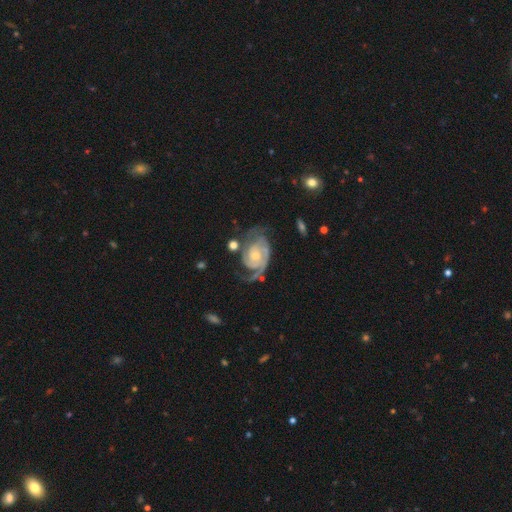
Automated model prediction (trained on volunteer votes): Smooth or featured? featured or disk (90%)
Edge-on disk? no (98%)
Bar? no (69%)
Spiral arms? yes (97%)
Spiral winding? tight (59%)
Spiral arm count? 2 (64%)
Bulge size? small (58%)
Merging? none (57%)